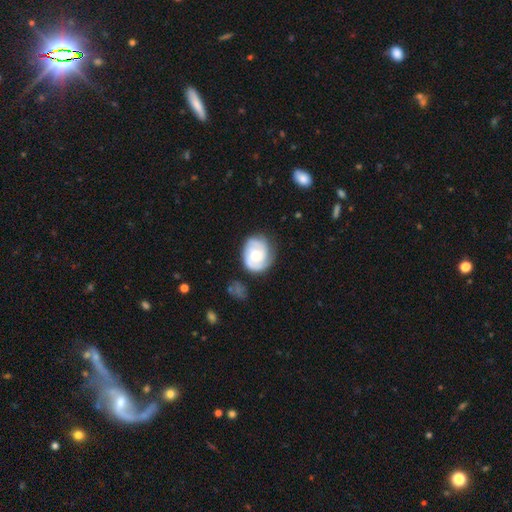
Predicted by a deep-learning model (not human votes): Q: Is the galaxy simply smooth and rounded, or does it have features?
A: featured or disk — 75%.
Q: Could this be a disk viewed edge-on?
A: no — 98%.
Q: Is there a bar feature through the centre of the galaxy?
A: no — 65%.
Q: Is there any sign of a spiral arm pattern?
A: yes — 94%.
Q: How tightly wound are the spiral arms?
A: tight — 54%.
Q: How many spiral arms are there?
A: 2 — 54%.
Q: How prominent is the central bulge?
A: moderate — 62%.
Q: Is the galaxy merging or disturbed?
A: none — 73%.